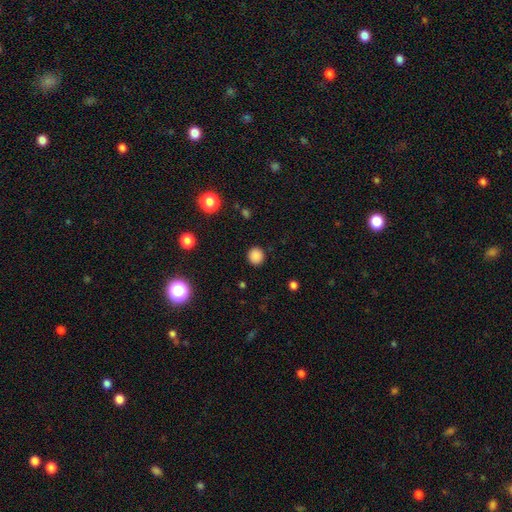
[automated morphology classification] This is clearly a smooth galaxy (86%). How rounded: clearly round (91%). Merging: clearly none (91%).